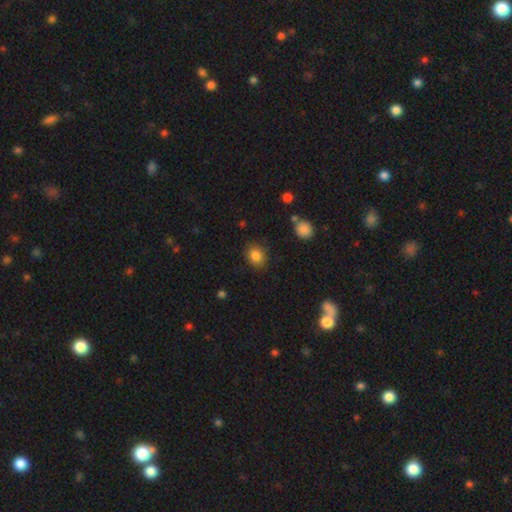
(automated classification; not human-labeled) smooth-or-featured: smooth: 85% | star or artifact: 10% | featured or disk: 5%
  how-rounded: round: 60% | in between: 39% | cigar-shaped: 1%
  merging: none: 84% | minor disturbance: 12% | major disturbance: 3% | merger: 2%